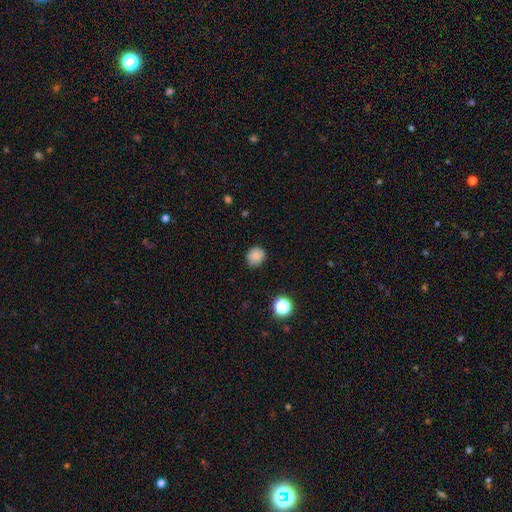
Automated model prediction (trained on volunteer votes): Q: Smooth or featured?
A: smooth (84%); runner-up: star or artifact (11%)
Q: How rounded?
A: round (74%); runner-up: in between (25%)
Q: Merging?
A: none (84%); runner-up: minor disturbance (12%)